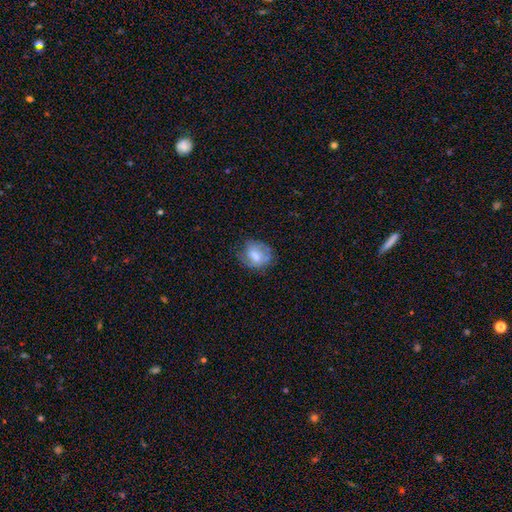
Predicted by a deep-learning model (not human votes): Smooth or featured? Predicted: smooth (p=0.60). How rounded? Predicted: round (p=0.53). Merging? Predicted: none (p=0.59).